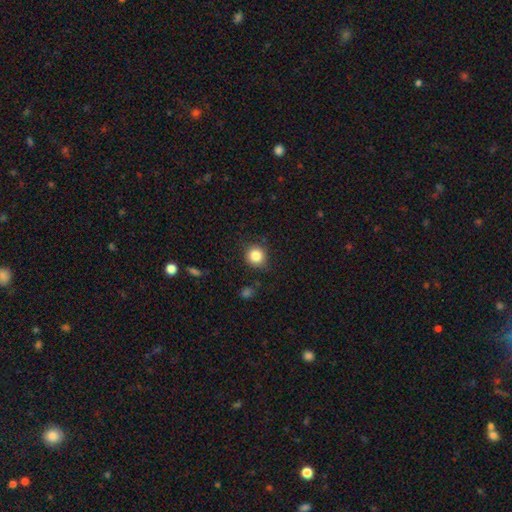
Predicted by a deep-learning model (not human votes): This is clearly a smooth galaxy (84%). How rounded: clearly round (89%). Merging: clearly none (85%).